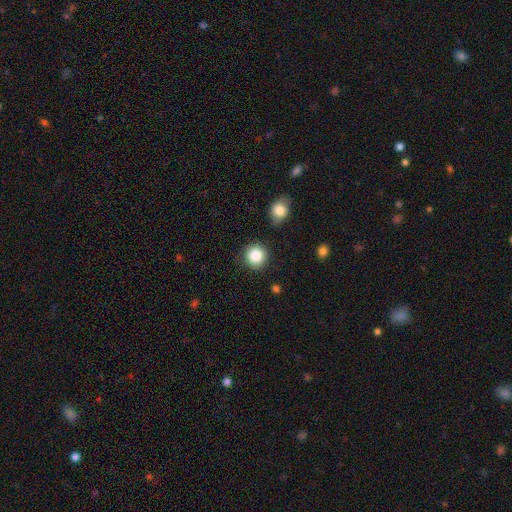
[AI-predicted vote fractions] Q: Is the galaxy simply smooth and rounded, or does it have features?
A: smooth — 86%.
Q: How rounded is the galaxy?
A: round — 92%.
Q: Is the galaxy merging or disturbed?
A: none — 85%.